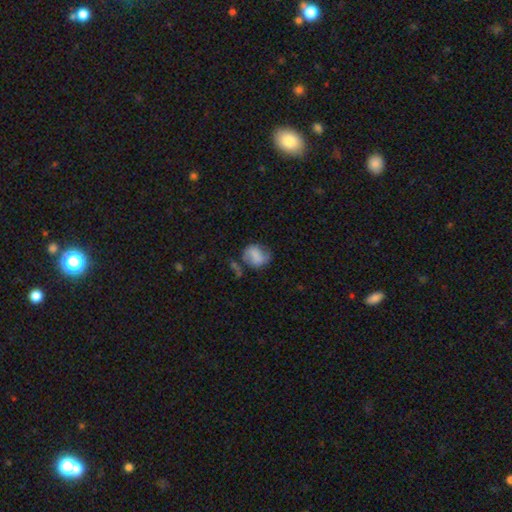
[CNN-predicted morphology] Smooth or featured: smooth — 59% (featured or disk — 32%)
How rounded: round — 57% (in between — 41%)
Merging: none — 51% (minor disturbance — 26%)